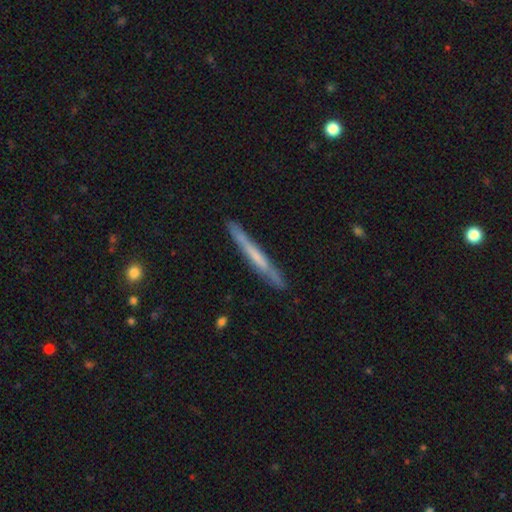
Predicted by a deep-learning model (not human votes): A featured or disk galaxy (51%) viewed edge-on (93%).

Vote fractions:
- Smooth or featured? featured or disk: 51% / smooth: 44% / star or artifact: 6%
- Edge-on disk? yes: 93% / no: 7%
- Merging? none: 87% / minor disturbance: 10% / major disturbance: 2% / merger: 1%